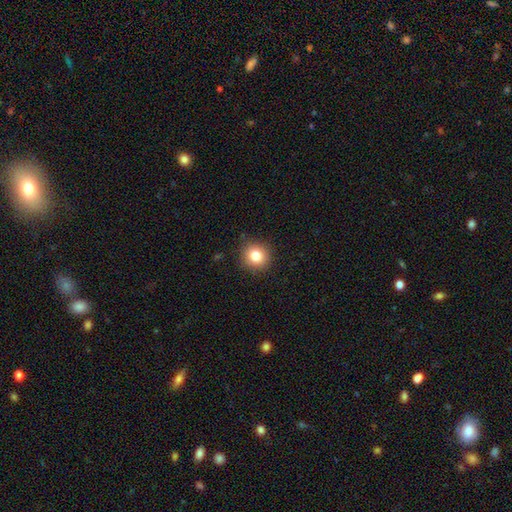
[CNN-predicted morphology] smooth 82%, star or artifact 11%, featured or disk 7%. Down the decision tree: how rounded — round (88%); merging — none (89%).